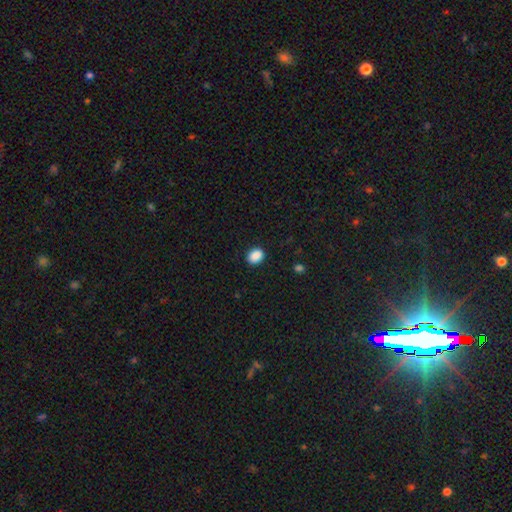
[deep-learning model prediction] Q: Smooth or featured?
A: smooth (89%); runner-up: star or artifact (8%)
Q: How rounded?
A: in between (59%); runner-up: round (40%)
Q: Merging?
A: none (89%); runner-up: minor disturbance (8%)